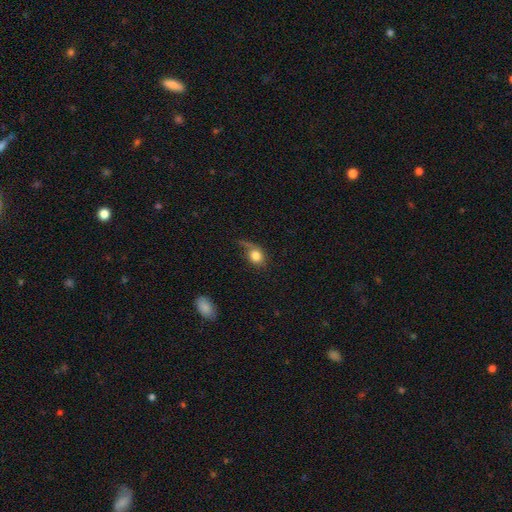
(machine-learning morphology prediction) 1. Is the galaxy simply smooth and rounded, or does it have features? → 77% smooth, 14% featured or disk, 9% star or artifact.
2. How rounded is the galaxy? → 54% round, 44% in between, 2% cigar-shaped.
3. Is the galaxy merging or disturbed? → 40% none, 29% minor disturbance, 26% major disturbance, 4% merger.